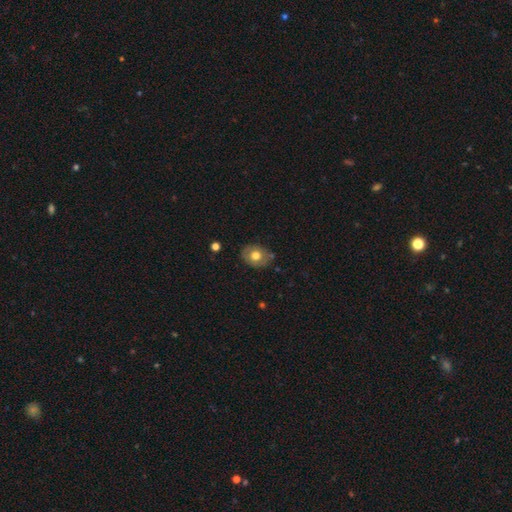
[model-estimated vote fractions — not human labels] This appears to be a smooth galaxy with no disk features (67%) that is in between round and cigar-shaped (56%). Merging: none (77%).